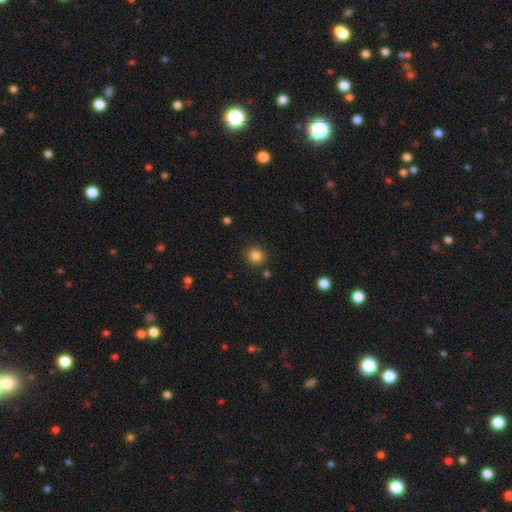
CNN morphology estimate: This is clearly a smooth galaxy (84%). How rounded: clearly round (87%). Merging: clearly none (88%).